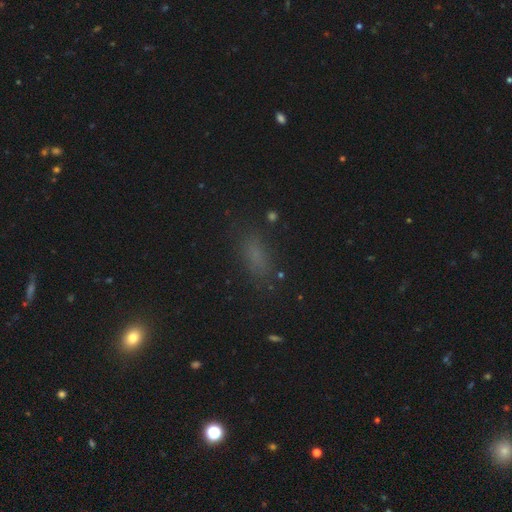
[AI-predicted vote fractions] This appears to be a smooth galaxy with no disk features (71%) that is in between round and cigar-shaped (68%). Merging: none (79%).